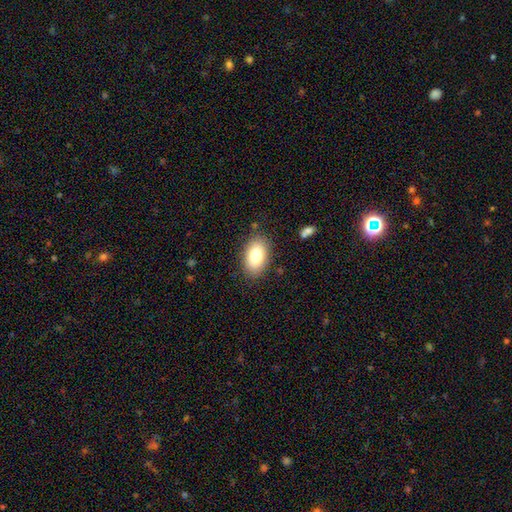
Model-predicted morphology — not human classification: Smooth or featured: smooth — 81% (featured or disk — 12%)
How rounded: in between — 92% (round — 7%)
Merging: none — 85% (minor disturbance — 11%)